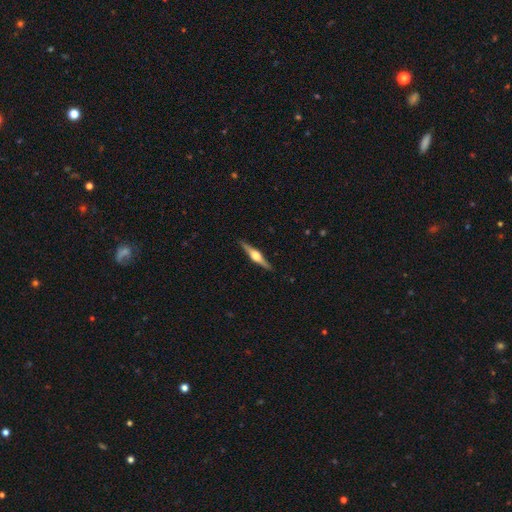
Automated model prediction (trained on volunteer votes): smooth-or-featured: featured or disk: 80% | smooth: 15% | star or artifact: 5%
  disk-edge-on: yes: 98% | no: 2%
    edge-on-bulge: rounded: 94% | boxy: 5% | none: 2%
  merging: none: 91% | minor disturbance: 7% | major disturbance: 1% | merger: 1%